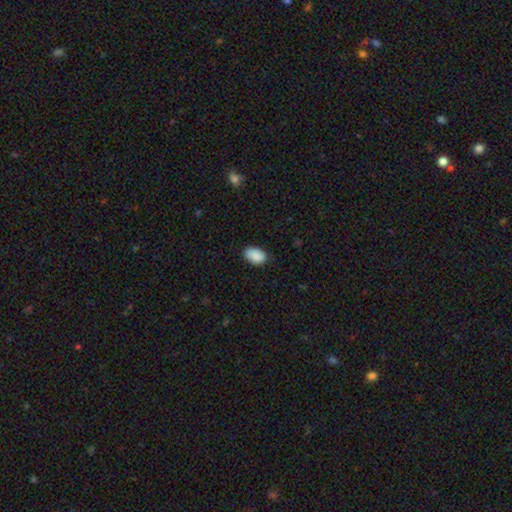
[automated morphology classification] smooth-or-featured: smooth: 89% | star or artifact: 7% | featured or disk: 4%
  how-rounded: in between: 90% | round: 9% | cigar-shaped: 1%
  merging: none: 79% | minor disturbance: 17% | major disturbance: 3% | merger: 1%